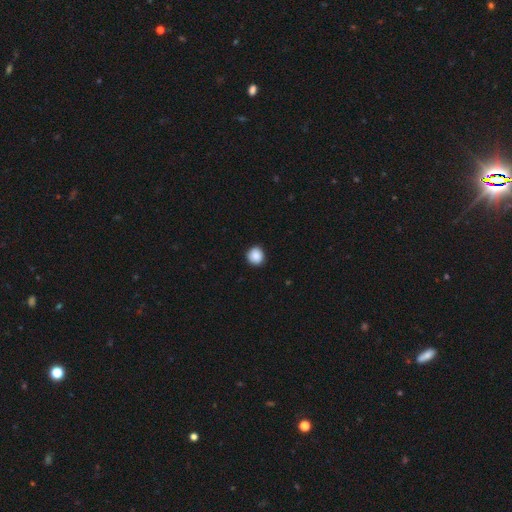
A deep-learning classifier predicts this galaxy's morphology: Q: Smooth or featured?
A: smooth (89%); runner-up: star or artifact (8%)
Q: How rounded?
A: round (91%); runner-up: in between (8%)
Q: Merging?
A: none (90%); runner-up: minor disturbance (7%)